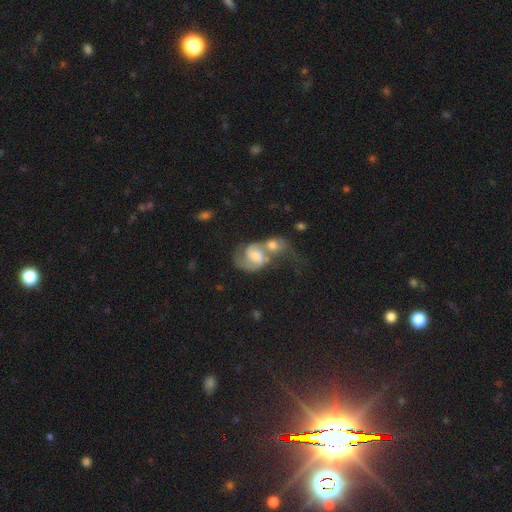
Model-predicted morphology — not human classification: This is likely a featured or disk galaxy (66%). It is clearly not viewed edge-on (97%). Bar: possibly no (51%). Spiral arm pattern: clearly yes (87%). Spiral arm count: likely 2 (73%). Spiral winding: marginally medium (45%). Central bulge: marginally moderate (38%). Merging: likely merger (65%).